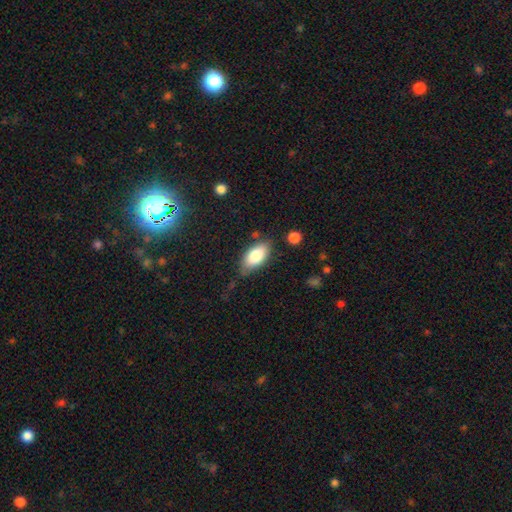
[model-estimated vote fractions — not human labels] smooth-or-featured: smooth: 80% | featured or disk: 13% | star or artifact: 7%
  how-rounded: in between: 90% | cigar-shaped: 7% | round: 3%
  merging: none: 72% | minor disturbance: 20% | major disturbance: 5% | merger: 3%